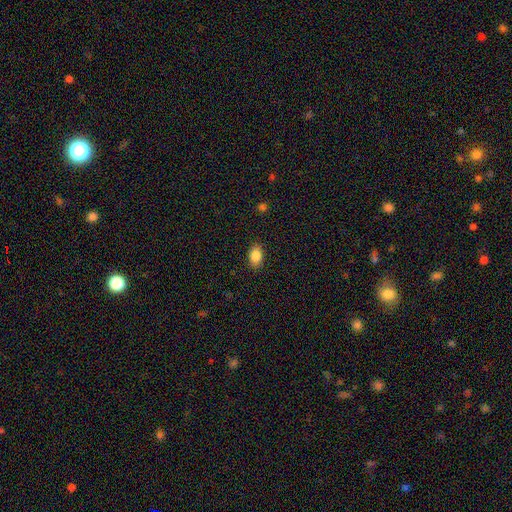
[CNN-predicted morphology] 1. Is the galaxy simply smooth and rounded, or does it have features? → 86% smooth, 8% star or artifact, 6% featured or disk.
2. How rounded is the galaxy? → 83% in between, 15% round, 1% cigar-shaped.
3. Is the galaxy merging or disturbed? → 87% none, 9% minor disturbance, 2% major disturbance, 1% merger.